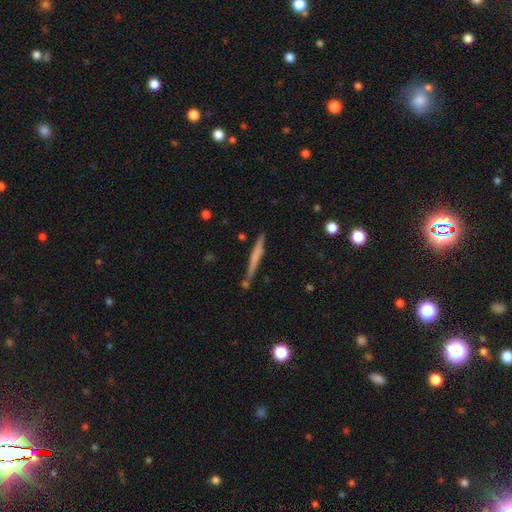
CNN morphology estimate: This is possibly a smooth galaxy (52%). How rounded: clearly cigar-shaped (96%). Merging: clearly none (80%).